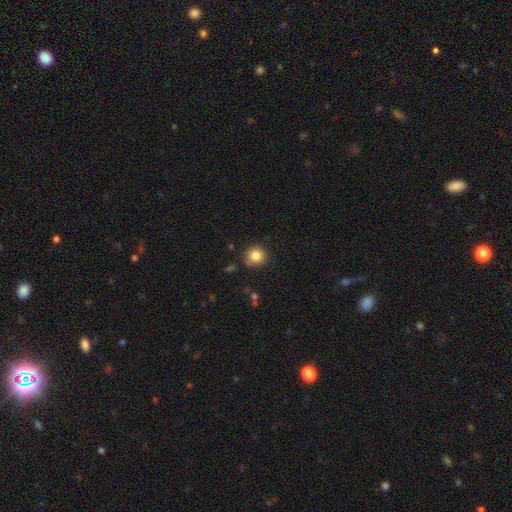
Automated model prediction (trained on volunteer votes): Smooth or featured? smooth (84%)
How rounded? round (91%)
Merging? none (81%)